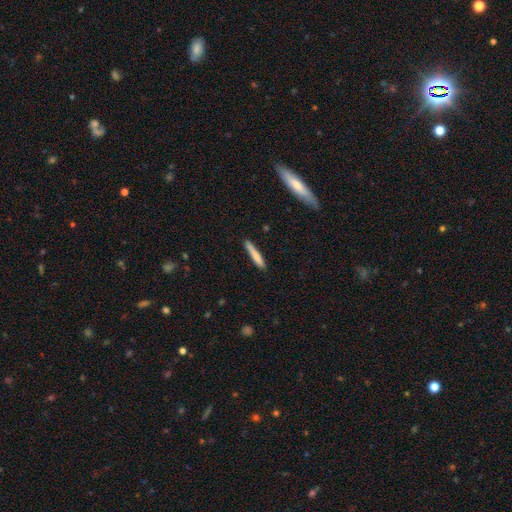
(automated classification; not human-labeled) This appears to be a smooth galaxy with no disk features (74%) that is cigar-shaped (93%). Merging: none (81%).